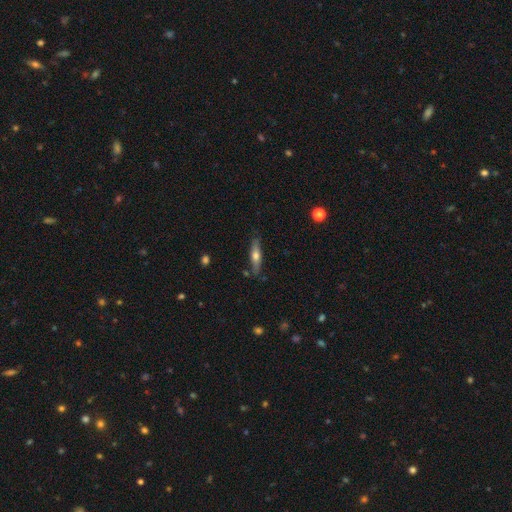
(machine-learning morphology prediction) Smooth or featured: smooth — 51% (featured or disk — 43%)
How rounded: cigar-shaped — 74% (in between — 24%)
Merging: none — 80% (minor disturbance — 14%)